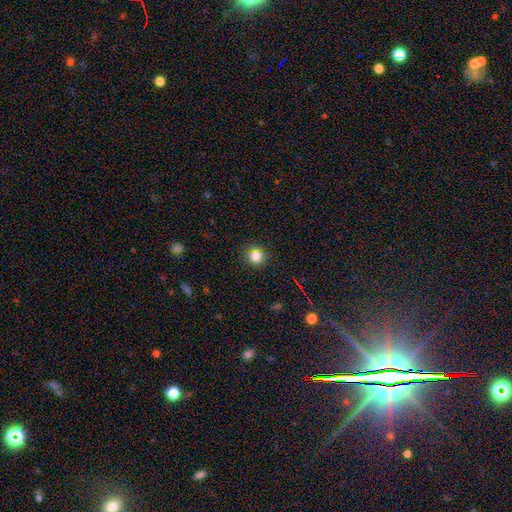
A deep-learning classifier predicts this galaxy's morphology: Smooth or featured?
  - smooth: 77% *
  - star or artifact: 17%
  - featured or disk: 6%
How rounded?
  - round: 91% *
  - in between: 8%
  - cigar-shaped: 1%
Merging?
  - none: 89% *
  - minor disturbance: 7%
  - major disturbance: 2%
  - merger: 2%